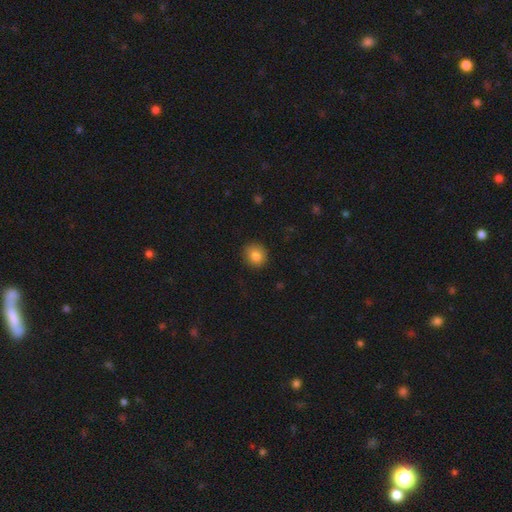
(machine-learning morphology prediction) A smooth galaxy with no disk features (84%) that is round (85%). Merging: none (89%).